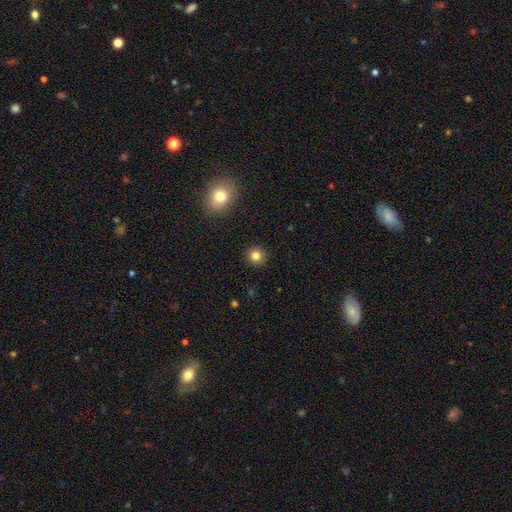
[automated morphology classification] smooth-or-featured: smooth: 83% | star or artifact: 12% | featured or disk: 5%
  how-rounded: round: 93% | in between: 6% | cigar-shaped: 1%
  merging: none: 92% | minor disturbance: 5% | major disturbance: 2% | merger: 1%